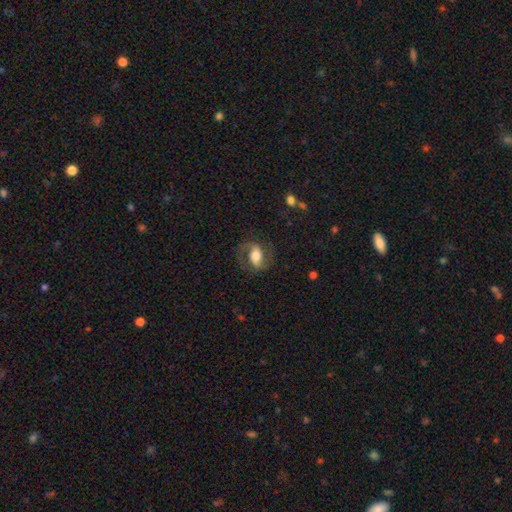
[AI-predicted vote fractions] smooth-or-featured: featured or disk: 64% | smooth: 29% | star or artifact: 7%
  disk-edge-on: no: 95% | yes: 5%
    bar: strong: 38% | weak: 34% | no: 28%
    has-spiral-arms: yes: 85% | no: 15%
      spiral-winding: medium: 51% | loose: 29% | tight: 20%
      spiral-arm-count: 2: 86% | 1: 6% | can't tell: 5% | 3: 1% | 4: 1% | more than 4: 1%
    bulge-size: moderate: 57% | large: 29% | small: 10% | dominant: 3% | none: 2%
  merging: none: 71% | minor disturbance: 16% | major disturbance: 12% | merger: 1%